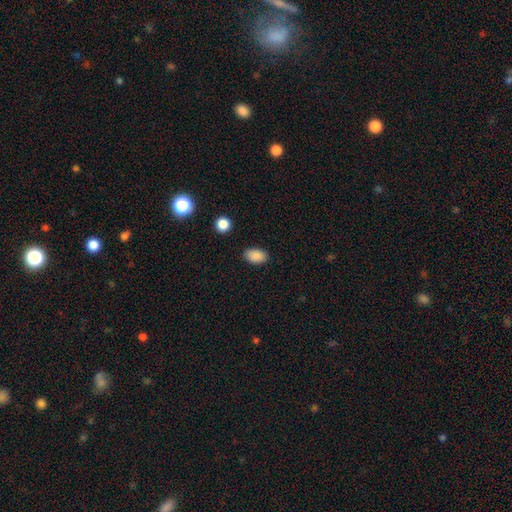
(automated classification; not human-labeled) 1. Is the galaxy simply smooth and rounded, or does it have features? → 88% smooth, 8% star or artifact, 3% featured or disk.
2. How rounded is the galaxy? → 89% in between, 10% round, 1% cigar-shaped.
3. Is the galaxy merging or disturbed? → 86% none, 10% minor disturbance, 2% major disturbance, 1% merger.